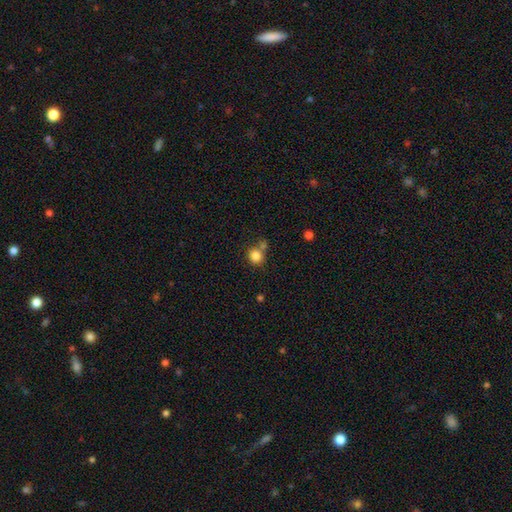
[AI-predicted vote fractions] Morphology: type=smooth (83%); roundness=round (86%); merging=none (62%).